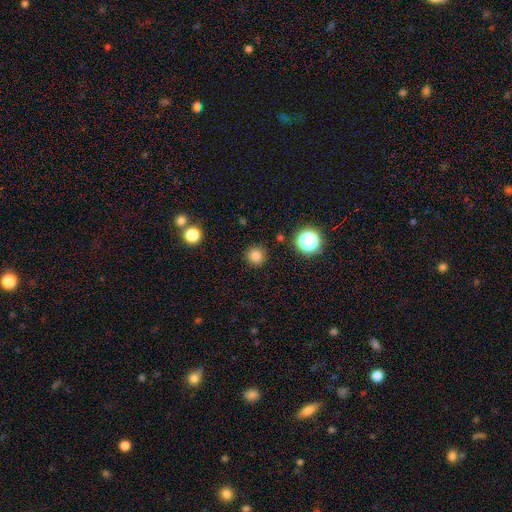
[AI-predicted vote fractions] smooth-or-featured: smooth: 81% | star or artifact: 15% | featured or disk: 4%
  how-rounded: round: 95% | in between: 4% | cigar-shaped: 1%
  merging: none: 90% | minor disturbance: 6% | major disturbance: 2% | merger: 2%